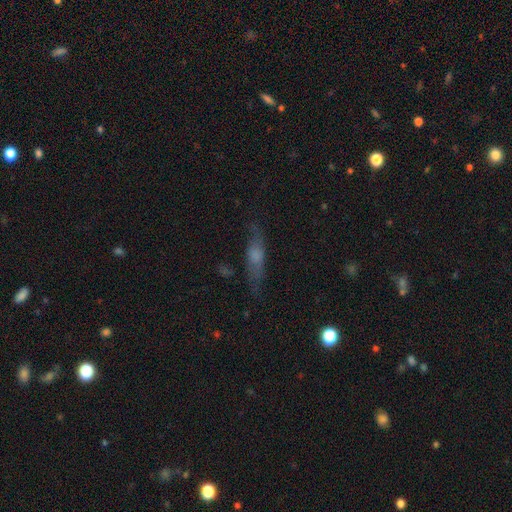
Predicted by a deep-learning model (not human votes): A smooth galaxy with no disk features (46%). Merging: none (68%).